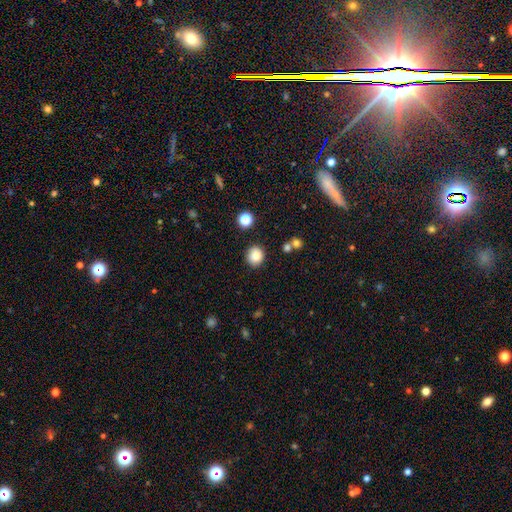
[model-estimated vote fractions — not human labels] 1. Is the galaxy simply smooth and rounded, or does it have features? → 83% smooth, 10% star or artifact, 6% featured or disk.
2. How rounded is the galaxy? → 82% round, 17% in between, 1% cigar-shaped.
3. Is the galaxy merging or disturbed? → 87% none, 8% minor disturbance, 3% merger, 2% major disturbance.